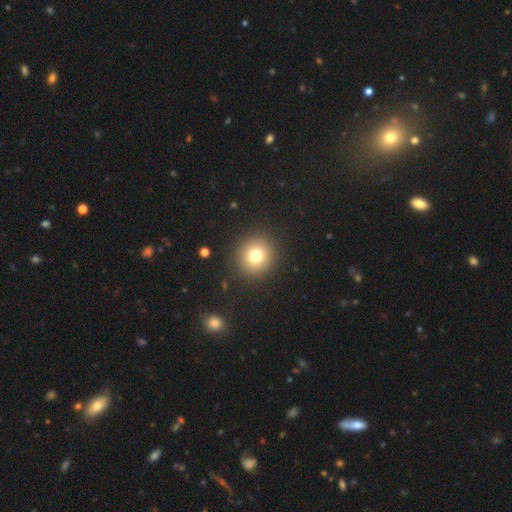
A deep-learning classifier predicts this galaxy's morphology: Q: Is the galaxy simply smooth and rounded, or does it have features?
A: smooth — 76%.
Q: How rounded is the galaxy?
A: round — 91%.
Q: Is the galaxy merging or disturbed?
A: none — 90%.